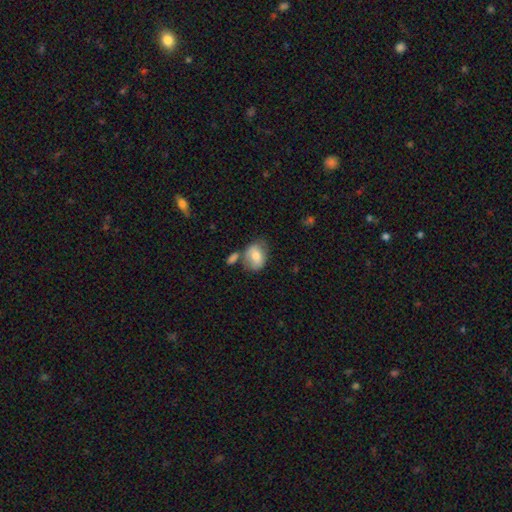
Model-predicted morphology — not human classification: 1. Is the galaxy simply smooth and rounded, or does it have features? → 73% smooth, 20% featured or disk, 7% star or artifact.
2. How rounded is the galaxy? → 71% in between, 28% round, 1% cigar-shaped.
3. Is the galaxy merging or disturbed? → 49% none, 22% merger, 22% minor disturbance, 8% major disturbance.